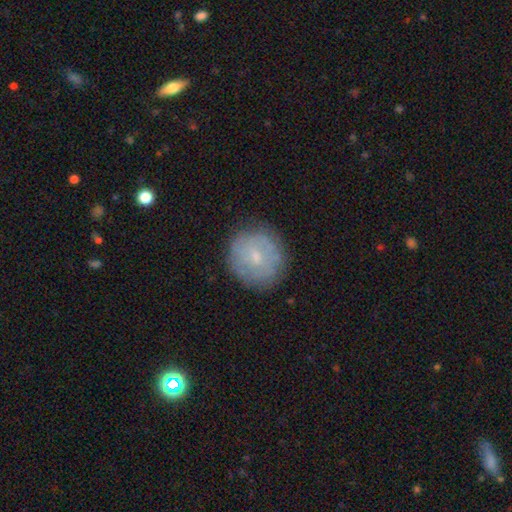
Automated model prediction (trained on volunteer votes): Smooth or featured: smooth — 55% (featured or disk — 37%)
How rounded: round — 89% (in between — 10%)
Merging: none — 81% (minor disturbance — 14%)